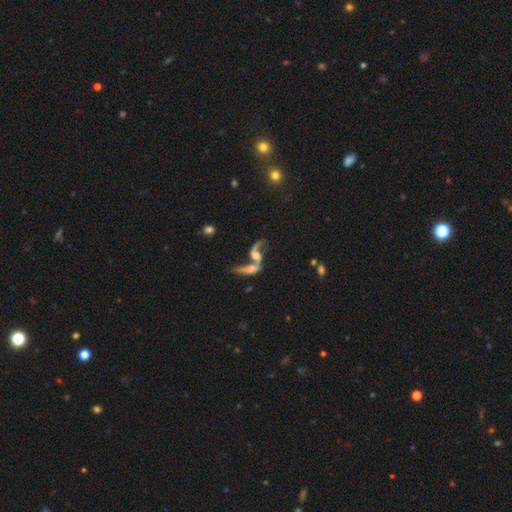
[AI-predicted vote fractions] Smooth or featured? Predicted: featured or disk (p=0.67). Edge-on disk? Predicted: no (p=0.89). Bar? Predicted: no (p=0.60). Spiral arms? Predicted: yes (p=0.77). Bulge size? Predicted: moderate (p=0.41). Merging? Predicted: merger (p=0.71).